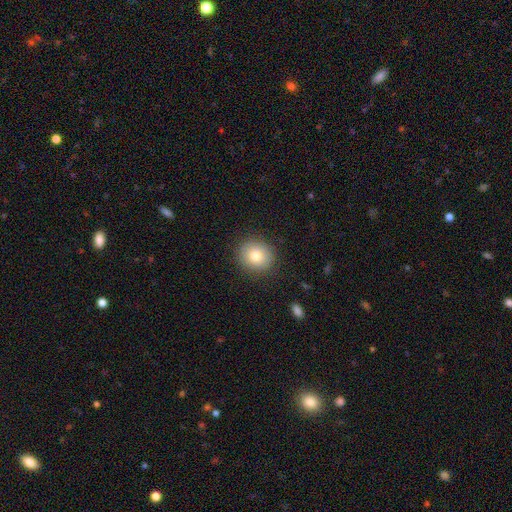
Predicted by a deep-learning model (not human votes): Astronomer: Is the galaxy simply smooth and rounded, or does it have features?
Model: smooth — 80%.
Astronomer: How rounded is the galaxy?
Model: round — 79%.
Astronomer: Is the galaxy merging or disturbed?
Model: none — 87%.